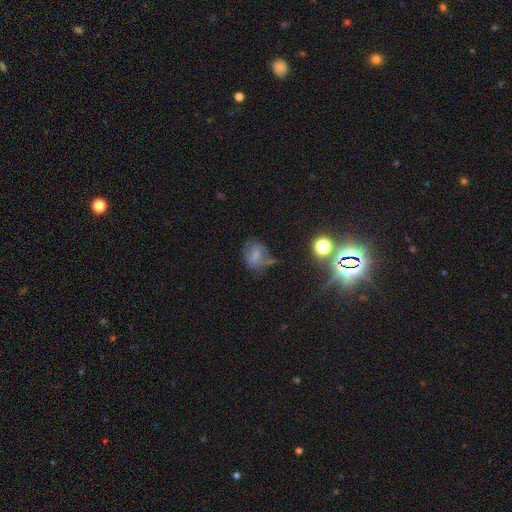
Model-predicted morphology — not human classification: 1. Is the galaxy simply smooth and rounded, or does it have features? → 54% smooth, 29% featured or disk, 17% star or artifact.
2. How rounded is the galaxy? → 52% round, 46% in between, 1% cigar-shaped.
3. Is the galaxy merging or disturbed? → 41% none, 28% minor disturbance, 24% major disturbance, 7% merger.